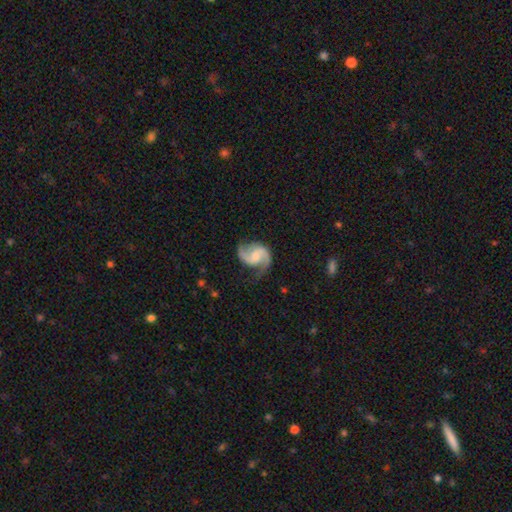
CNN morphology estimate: Smooth or featured?
  - featured or disk: 89% *
  - smooth: 7%
  - star or artifact: 5%
Edge-on disk?
  - no: 98% *
  - yes: 2%
Bar?
  - no: 49% *
  - weak: 42%
  - strong: 9%
Spiral arms?
  - yes: 98% *
  - no: 2%
Spiral winding?
  - medium: 51% *
  - loose: 37%
  - tight: 12%
Spiral arm count?
  - 2: 92% *
  - 1: 2%
  - can't tell: 2%
  - 3: 1%
  - 4: 1%
  - more than 4: 1%
Bulge size?
  - moderate: 42% *
  - small: 37%
  - none: 15%
  - large: 5%
  - dominant: 1%
Merging?
  - none: 72% *
  - minor disturbance: 18%
  - major disturbance: 8%
  - merger: 2%